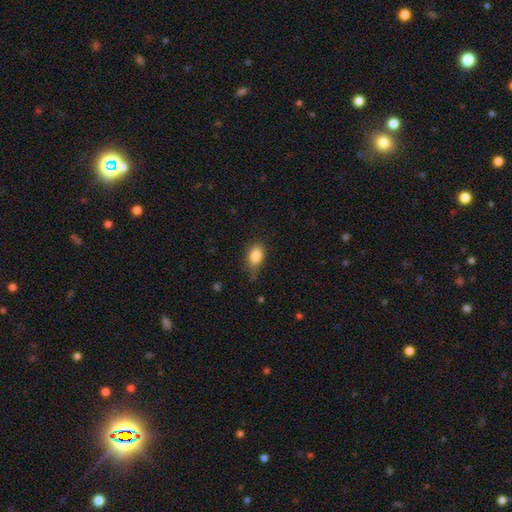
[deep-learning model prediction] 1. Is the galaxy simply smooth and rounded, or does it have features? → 85% smooth, 8% star or artifact, 6% featured or disk.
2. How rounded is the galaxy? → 83% in between, 15% round, 2% cigar-shaped.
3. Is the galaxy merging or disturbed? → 64% none, 28% minor disturbance, 6% major disturbance, 2% merger.